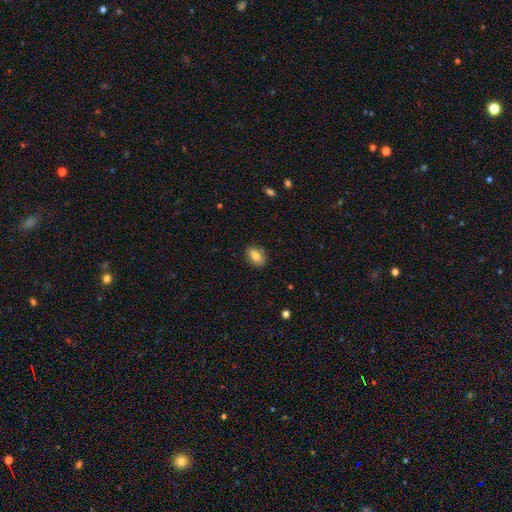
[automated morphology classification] smooth_or_featured: smooth (p=0.80) [alt: featured or disk p=0.12]
how_rounded: in between (p=0.84) [alt: round p=0.13]
merging: none (p=0.83) [alt: minor disturbance p=0.13]